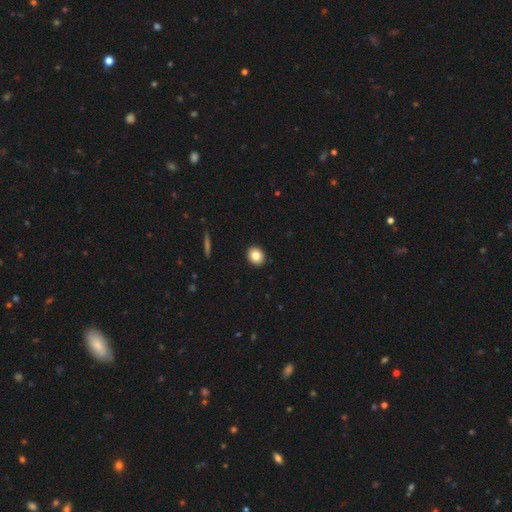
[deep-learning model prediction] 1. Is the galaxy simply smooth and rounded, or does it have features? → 82% smooth, 9% star or artifact, 9% featured or disk.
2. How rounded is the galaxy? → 69% round, 30% in between, 1% cigar-shaped.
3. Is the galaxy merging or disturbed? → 92% none, 6% minor disturbance, 1% major disturbance, 1% merger.